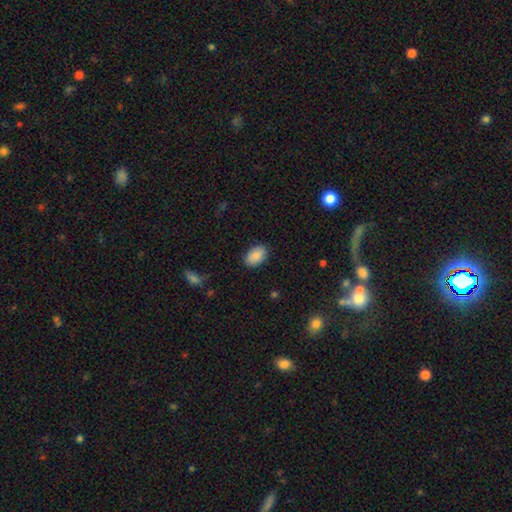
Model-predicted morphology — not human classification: smooth 86%, featured or disk 7%, star or artifact 7%. Down the decision tree: how rounded — in between (91%); merging — none (87%).